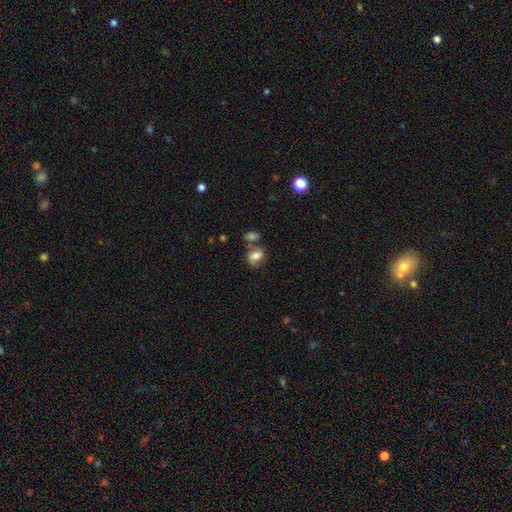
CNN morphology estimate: A smooth galaxy with no disk features (77%) that is in between round and cigar-shaped (59%). Merging: none (53%).